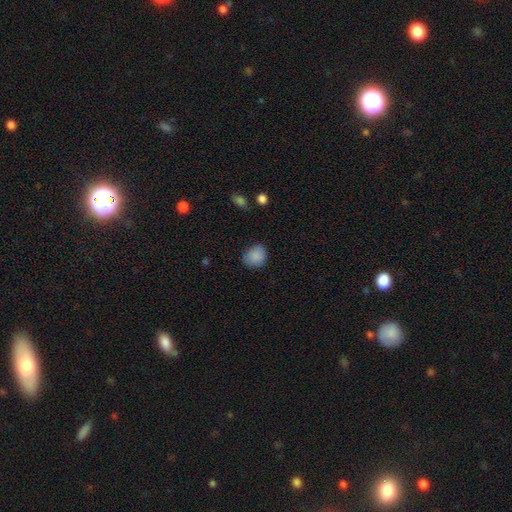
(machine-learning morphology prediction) Q: Smooth or featured?
A: smooth (87%); runner-up: star or artifact (8%)
Q: How rounded?
A: round (68%); runner-up: in between (31%)
Q: Merging?
A: none (75%); runner-up: minor disturbance (19%)